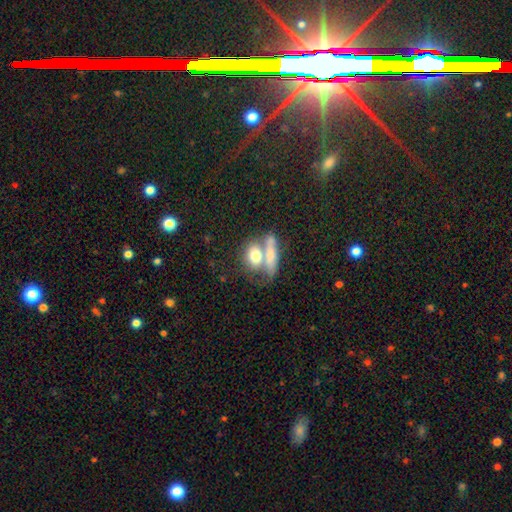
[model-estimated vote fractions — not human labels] smooth_or_featured: smooth (p=0.71) [alt: featured or disk p=0.21]
how_rounded: in between (p=0.53) [alt: round p=0.37]
merging: merger (p=0.53) [alt: none p=0.31]